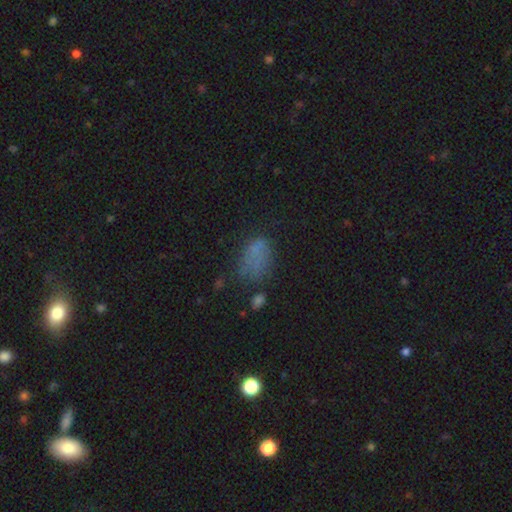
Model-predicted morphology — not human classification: Smooth or featured? smooth (61%)
How rounded? in between (84%)
Merging? none (45%)